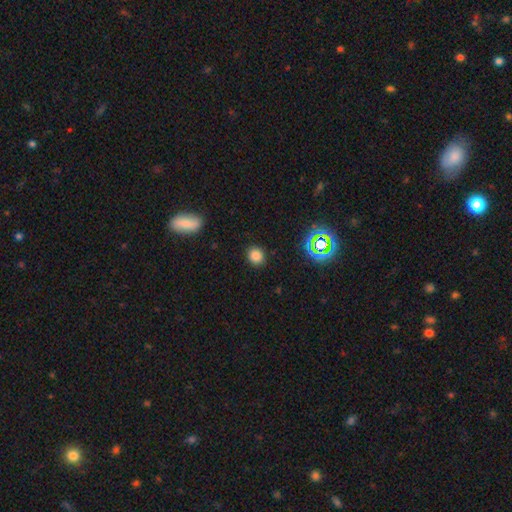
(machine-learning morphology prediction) Q: Smooth or featured?
A: smooth (79%); runner-up: star or artifact (16%)
Q: How rounded?
A: round (79%); runner-up: in between (19%)
Q: Merging?
A: none (89%); runner-up: minor disturbance (7%)